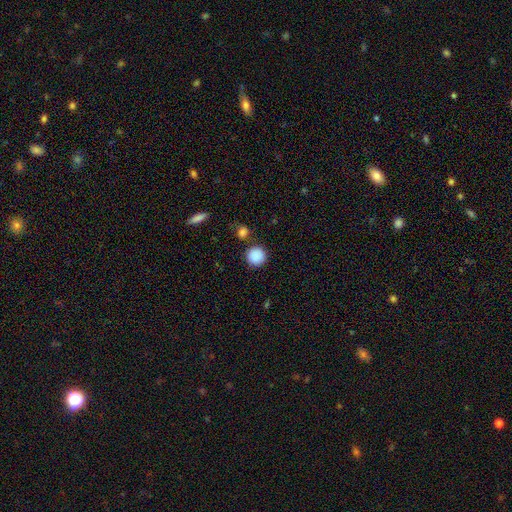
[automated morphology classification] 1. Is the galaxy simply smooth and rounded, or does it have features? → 88% smooth, 9% star or artifact, 3% featured or disk.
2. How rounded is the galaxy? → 94% round, 5% in between, 1% cigar-shaped.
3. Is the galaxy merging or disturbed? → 84% none, 8% minor disturbance, 5% merger, 3% major disturbance.